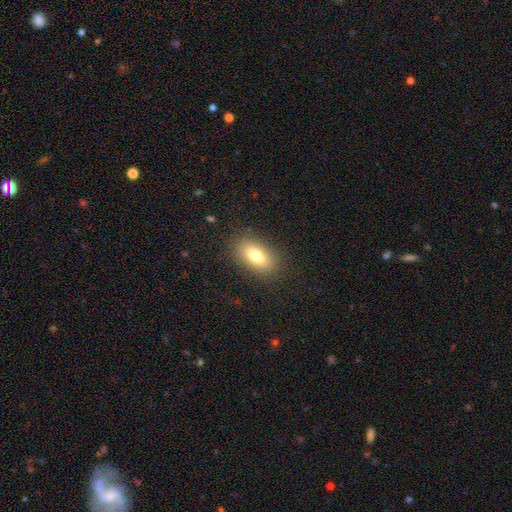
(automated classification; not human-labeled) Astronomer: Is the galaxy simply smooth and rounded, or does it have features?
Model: smooth — 81%.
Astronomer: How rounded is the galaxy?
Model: in between — 89%.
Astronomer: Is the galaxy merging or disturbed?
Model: none — 86%.